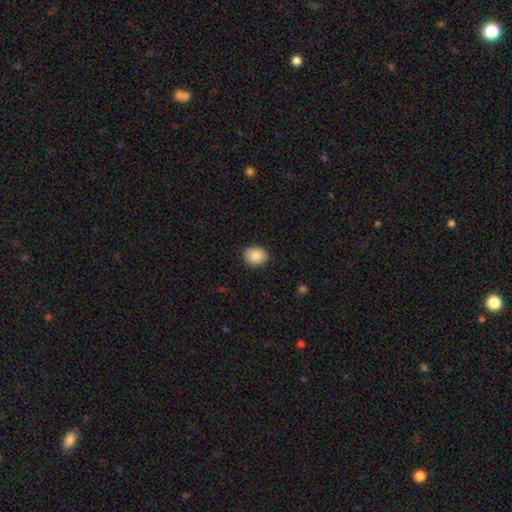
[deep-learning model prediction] Smooth or featured? Predicted: smooth (p=0.87). How rounded? Predicted: round (p=0.53). Merging? Predicted: none (p=0.90).